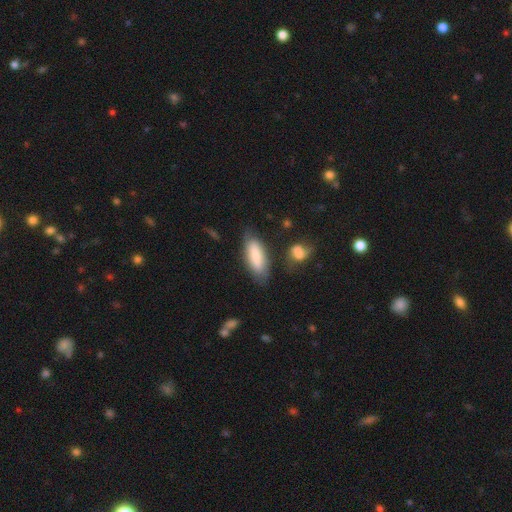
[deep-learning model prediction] Smooth or featured? smooth (79%)
How rounded? in between (68%)
Merging? none (69%)